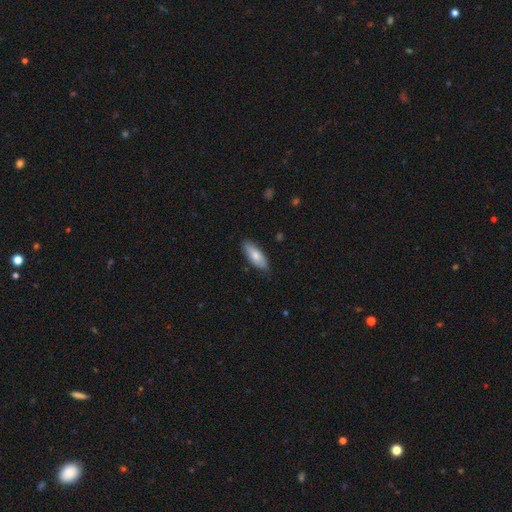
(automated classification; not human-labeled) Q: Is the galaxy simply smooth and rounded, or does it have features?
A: smooth — 77%.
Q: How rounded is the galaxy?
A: in between — 70%.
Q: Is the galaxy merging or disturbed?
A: none — 80%.